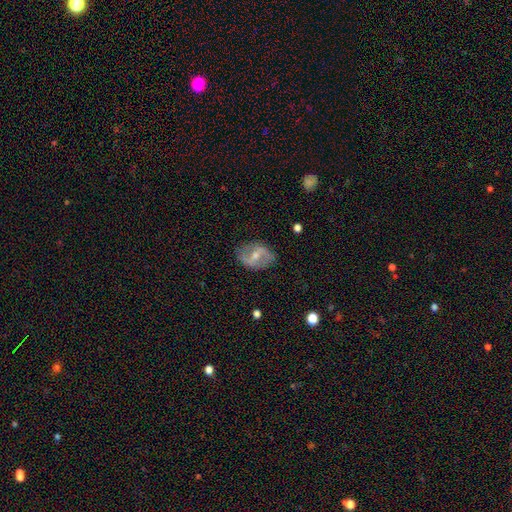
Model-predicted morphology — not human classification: Smooth or featured? Predicted: featured or disk (p=0.71). Edge-on disk? Predicted: no (p=0.95). Bar? Predicted: weak (p=0.42). Spiral arms? Predicted: yes (p=0.78). Spiral winding? Predicted: loose (p=0.56). Spiral arm count? Predicted: 2 (p=0.88). Bulge size? Predicted: small (p=0.47, tied with moderate). Merging? Predicted: none (p=0.79).